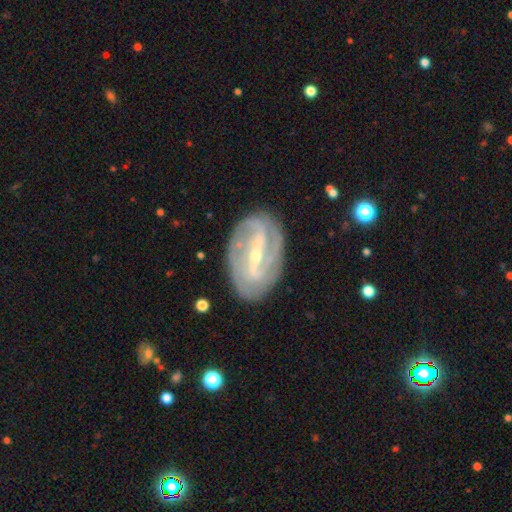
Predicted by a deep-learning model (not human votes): A featured or disk galaxy (87%) with a strong bar (67%), 2 (63%) tight (46%) spiral arms (92%) and a small central bulge (66%). Merging: none (80%).